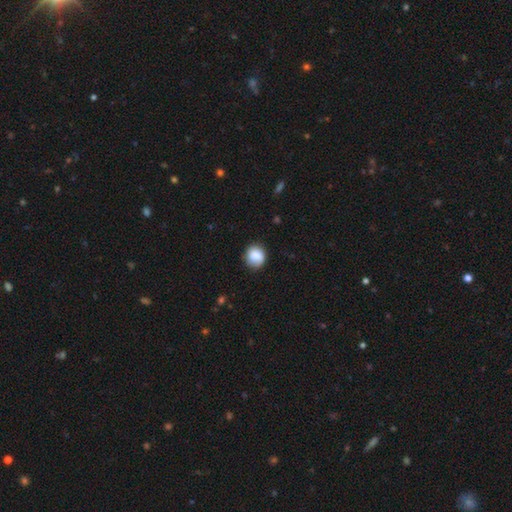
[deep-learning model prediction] Smooth or featured?
  - smooth: 83% *
  - featured or disk: 9%
  - star or artifact: 8%
How rounded?
  - round: 80% *
  - in between: 19%
  - cigar-shaped: 1%
Merging?
  - none: 78% *
  - minor disturbance: 16%
  - major disturbance: 4%
  - merger: 2%